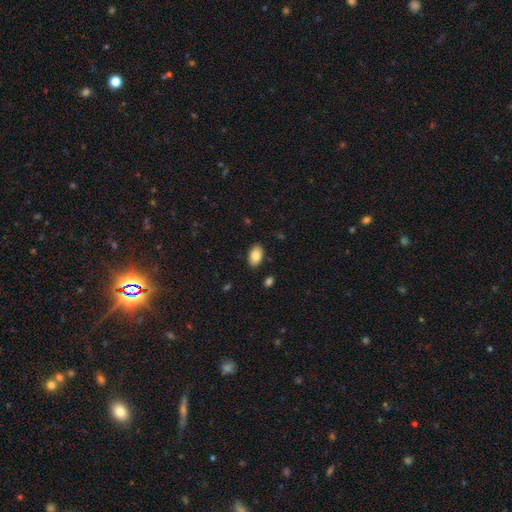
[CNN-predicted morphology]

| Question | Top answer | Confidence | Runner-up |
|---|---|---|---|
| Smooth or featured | smooth | 85% | featured or disk (8%) |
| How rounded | in between | 93% | round (6%) |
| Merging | none | 87% | minor disturbance (9%) |